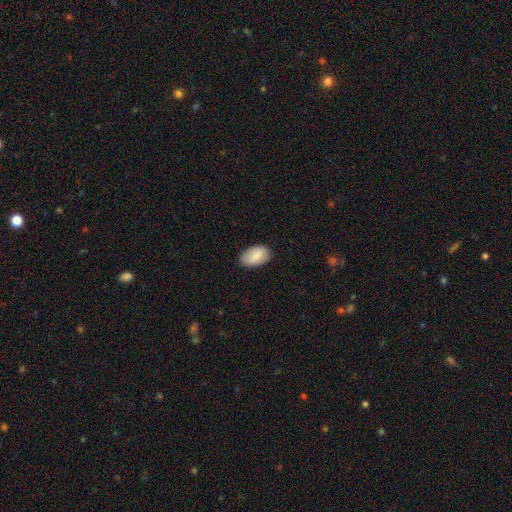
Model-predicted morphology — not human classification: Smooth or featured?
  - smooth: 86% *
  - featured or disk: 7%
  - star or artifact: 6%
How rounded?
  - in between: 94% *
  - round: 5%
  - cigar-shaped: 1%
Merging?
  - none: 83% *
  - minor disturbance: 14%
  - major disturbance: 2%
  - merger: 1%